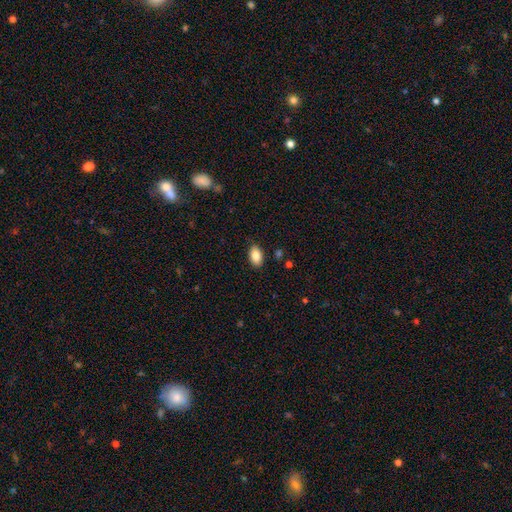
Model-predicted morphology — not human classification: Q: Smooth or featured?
A: smooth (85%); runner-up: star or artifact (8%)
Q: How rounded?
A: in between (92%); runner-up: round (6%)
Q: Merging?
A: none (85%); runner-up: minor disturbance (11%)